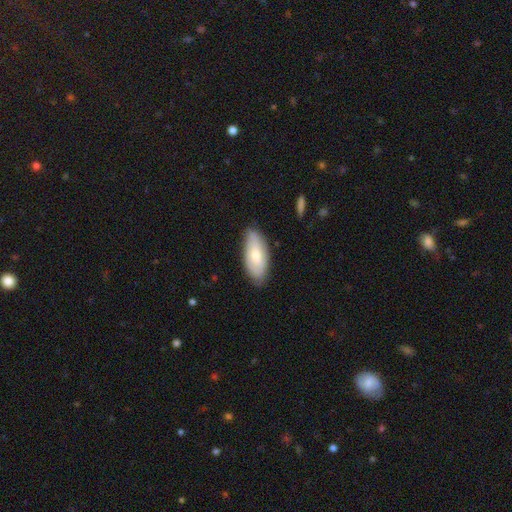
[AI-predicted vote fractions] Smooth or featured? Predicted: smooth (p=0.64). How rounded? Predicted: in between (p=0.87). Merging? Predicted: none (p=0.77).